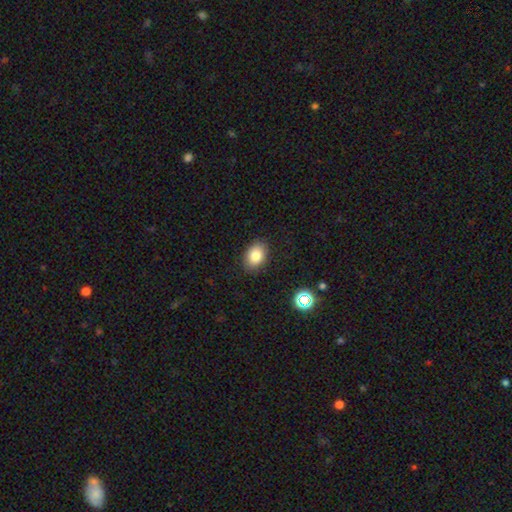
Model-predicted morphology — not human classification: Smooth or featured? smooth (82%)
How rounded? in between (80%)
Merging? none (86%)